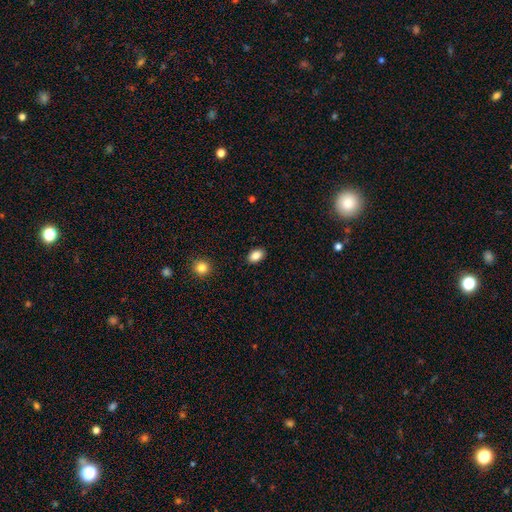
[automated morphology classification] smooth-or-featured: smooth: 87% | star or artifact: 9% | featured or disk: 4%
  how-rounded: in between: 83% | round: 15% | cigar-shaped: 1%
  merging: none: 90% | minor disturbance: 7% | major disturbance: 2% | merger: 1%